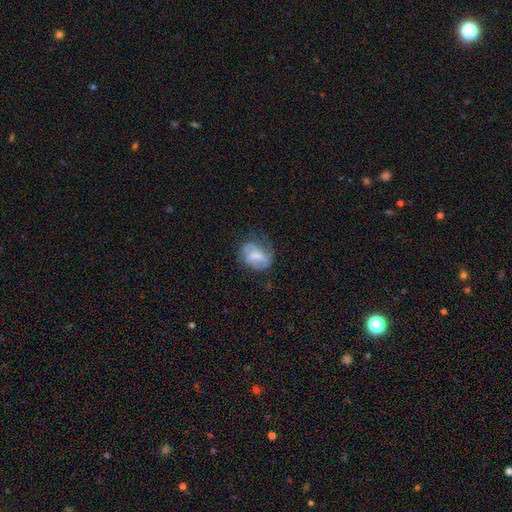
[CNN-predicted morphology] featured or disk 57%, smooth 35%, star or artifact 8%. Down the decision tree: edge-on disk — no (97%); bar — weak (45%); spiral arms — yes (69%); bulge size — moderate (38%); merging — none (45%).